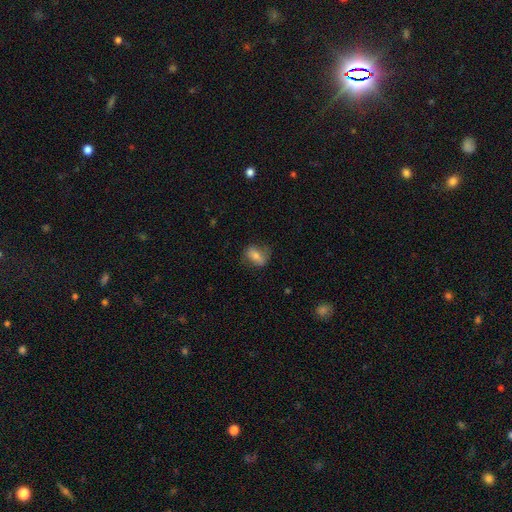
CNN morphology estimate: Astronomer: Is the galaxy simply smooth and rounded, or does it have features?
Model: smooth — 66%.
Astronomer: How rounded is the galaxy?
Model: in between — 75%.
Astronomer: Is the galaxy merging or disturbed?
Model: none — 69%.